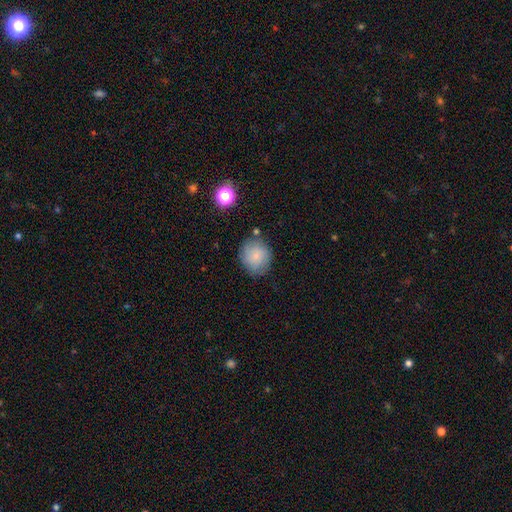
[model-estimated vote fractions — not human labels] Morphology: type=smooth (80%); roundness=round (83%); merging=none (76%).